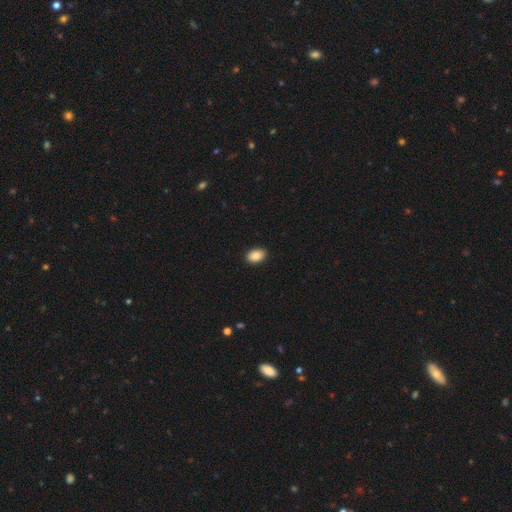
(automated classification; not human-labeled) smooth-or-featured: smooth: 88% | star or artifact: 8% | featured or disk: 5%
  how-rounded: in between: 83% | round: 16% | cigar-shaped: 1%
  merging: none: 91% | minor disturbance: 7% | major disturbance: 2% | merger: 1%